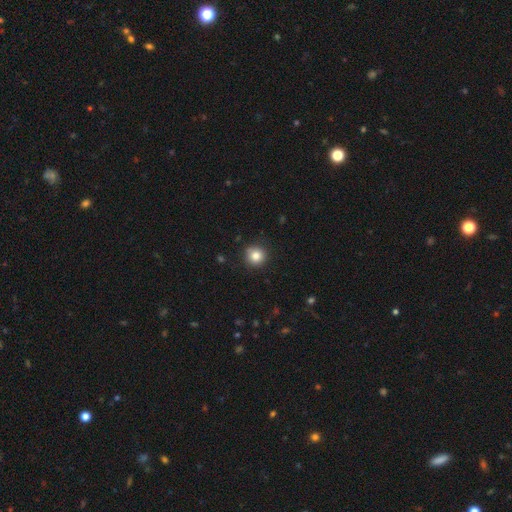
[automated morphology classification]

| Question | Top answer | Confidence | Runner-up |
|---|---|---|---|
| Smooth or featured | smooth | 83% | star or artifact (11%) |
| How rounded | round | 93% | in between (6%) |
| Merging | none | 87% | minor disturbance (9%) |